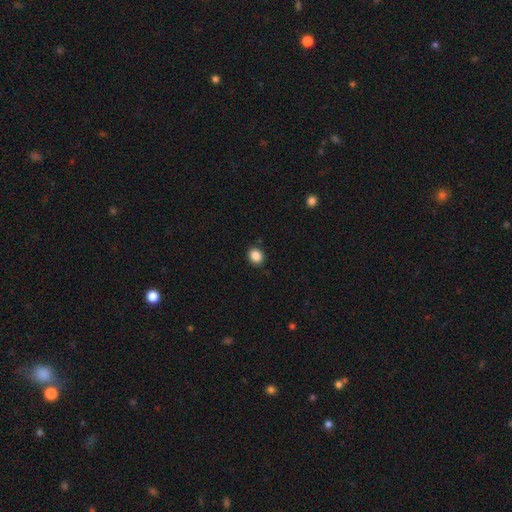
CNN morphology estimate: Smooth or featured?
  - smooth: 88% *
  - star or artifact: 10%
  - featured or disk: 3%
How rounded?
  - round: 60% *
  - in between: 39%
  - cigar-shaped: 1%
Merging?
  - none: 89% *
  - minor disturbance: 8%
  - major disturbance: 2%
  - merger: 1%